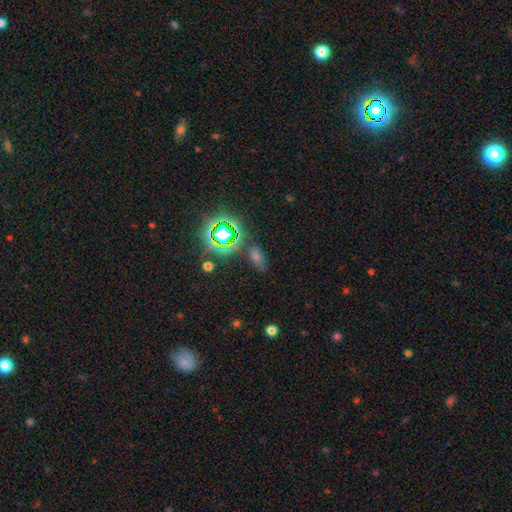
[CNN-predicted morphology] Q: Smooth or featured?
A: star or artifact (48%); runner-up: smooth (40%)